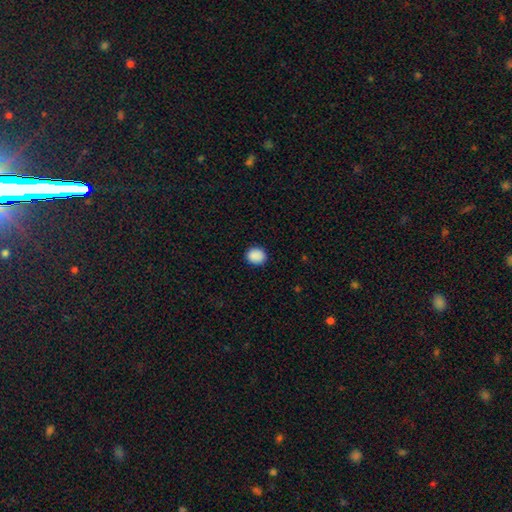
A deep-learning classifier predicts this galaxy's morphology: Smooth or featured? smooth (89%)
How rounded? round (69%)
Merging? none (89%)